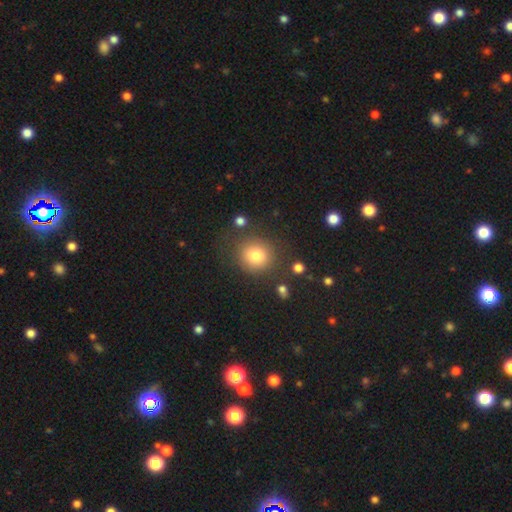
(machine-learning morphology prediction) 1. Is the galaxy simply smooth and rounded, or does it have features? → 79% smooth, 11% star or artifact, 10% featured or disk.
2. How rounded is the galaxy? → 86% round, 13% in between, 1% cigar-shaped.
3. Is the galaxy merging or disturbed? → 79% none, 11% minor disturbance, 6% major disturbance, 4% merger.